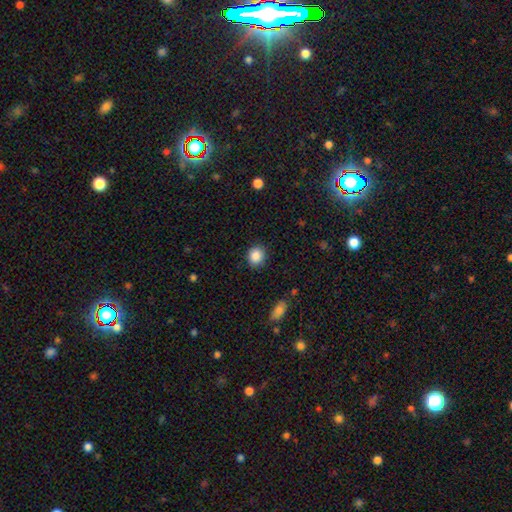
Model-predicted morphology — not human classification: The model was most divided on "how rounded": round: 70%, in between: 29%, cigar-shaped: 1%. More confident: smooth or featured — smooth (87%); merging — none (87%).